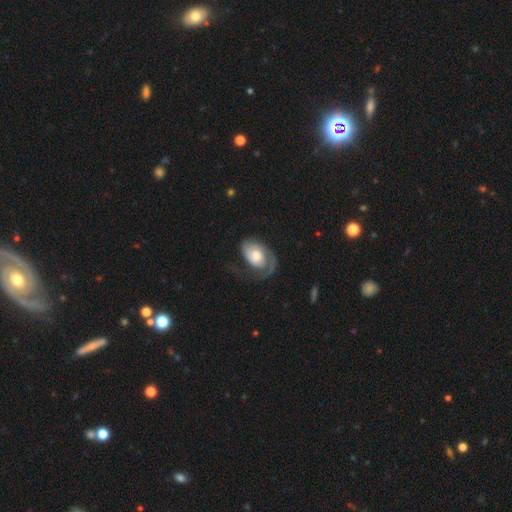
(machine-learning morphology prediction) Smooth or featured: featured or disk — 73% (smooth — 22%)
Edge-on disk: no — 97% (yes — 3%)
Bar: no — 72% (weak — 23%)
Spiral arms: yes — 92% (no — 8%)
Spiral winding: tight — 40% (medium — 34%)
Spiral arm count: 1 — 69% (2 — 21%)
Bulge size: moderate — 56% (large — 25%)
Merging: none — 45% (major disturbance — 33%)